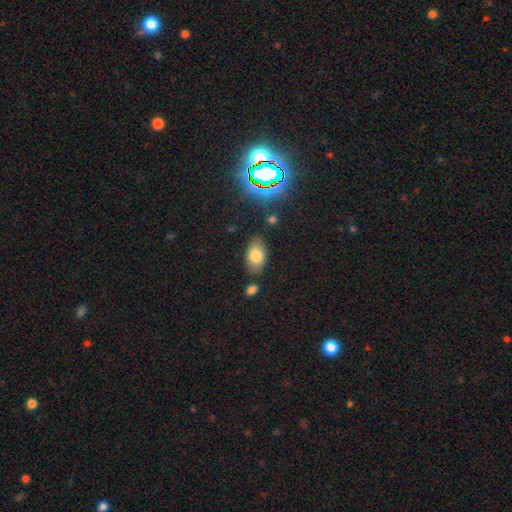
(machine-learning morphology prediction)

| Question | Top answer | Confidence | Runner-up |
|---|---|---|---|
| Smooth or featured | smooth | 80% | featured or disk (11%) |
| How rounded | in between | 91% | round (8%) |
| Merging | none | 76% | minor disturbance (15%) |